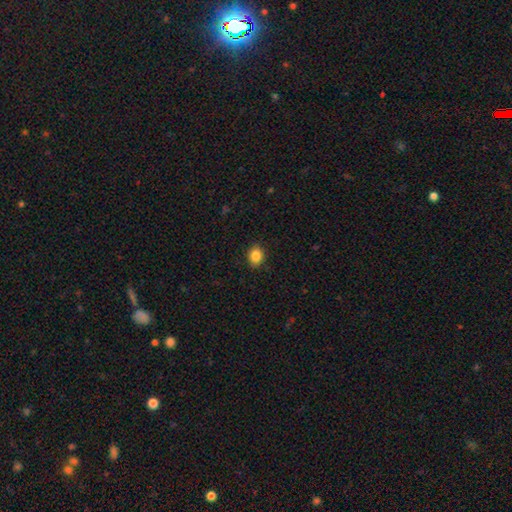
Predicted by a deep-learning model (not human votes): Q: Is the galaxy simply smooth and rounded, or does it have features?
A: smooth — 86%.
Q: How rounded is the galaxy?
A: in between — 53%.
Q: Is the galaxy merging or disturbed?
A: none — 89%.